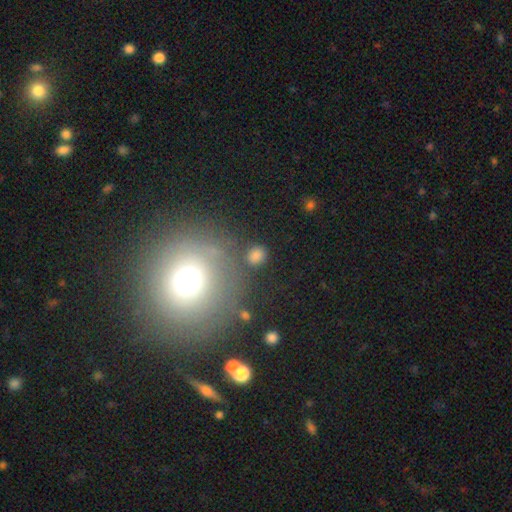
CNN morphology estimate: This appears to be a smooth galaxy with no disk features (79%) that is round (73%). Merging: none (83%).